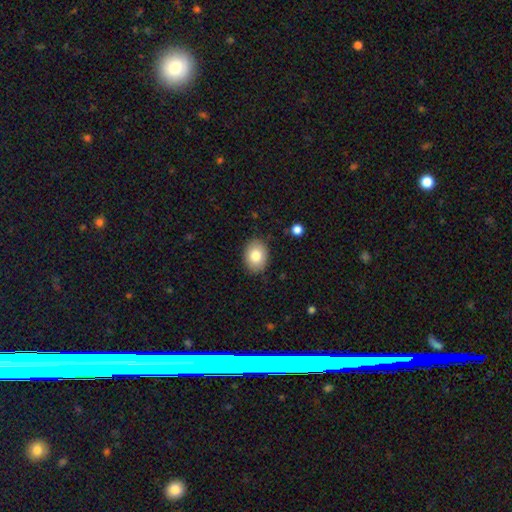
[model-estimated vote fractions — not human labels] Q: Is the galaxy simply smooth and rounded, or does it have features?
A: smooth — 82%.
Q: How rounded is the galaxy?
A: in between — 65%.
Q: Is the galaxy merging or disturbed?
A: none — 87%.